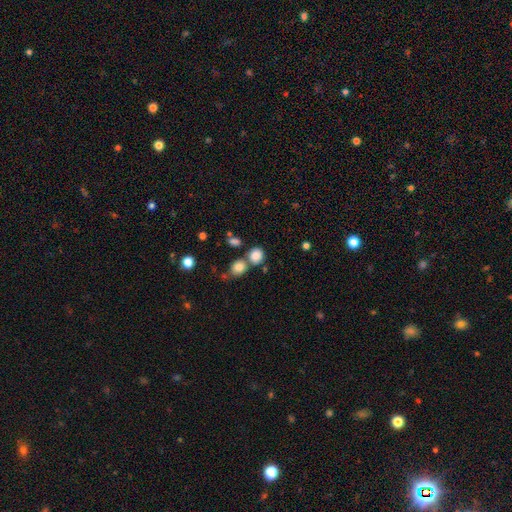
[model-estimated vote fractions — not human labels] Smooth or featured?
  - smooth: 84% *
  - star or artifact: 10%
  - featured or disk: 6%
How rounded?
  - round: 81% *
  - in between: 18%
  - cigar-shaped: 1%
Merging?
  - none: 58% *
  - merger: 30%
  - minor disturbance: 9%
  - major disturbance: 4%